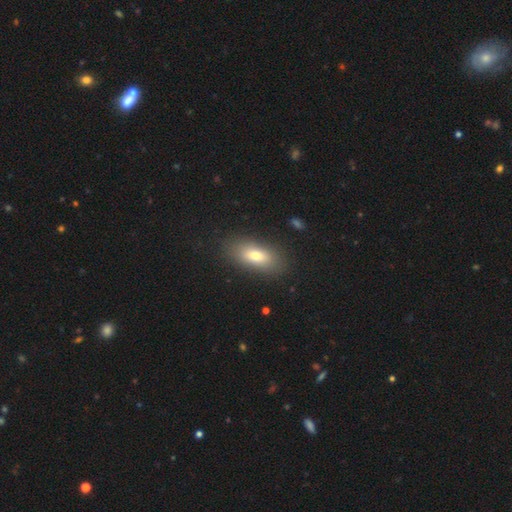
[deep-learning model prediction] This is likely a smooth galaxy (74%). How rounded: clearly in between (81%). Merging: clearly none (87%).